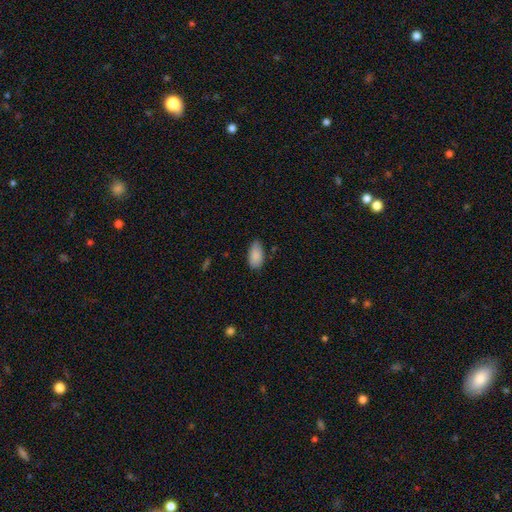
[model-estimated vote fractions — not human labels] smooth 89%, star or artifact 7%, featured or disk 5%. Down the decision tree: how rounded — in between (94%); merging — none (72%).